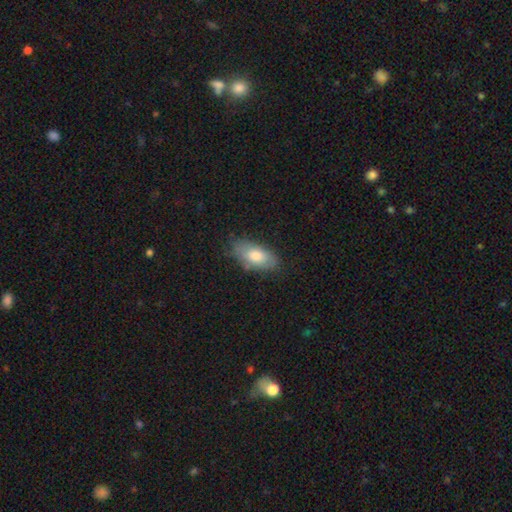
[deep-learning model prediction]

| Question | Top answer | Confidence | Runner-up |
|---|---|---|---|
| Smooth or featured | smooth | 77% | featured or disk (16%) |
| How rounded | in between | 89% | cigar-shaped (8%) |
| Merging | none | 73% | minor disturbance (21%) |